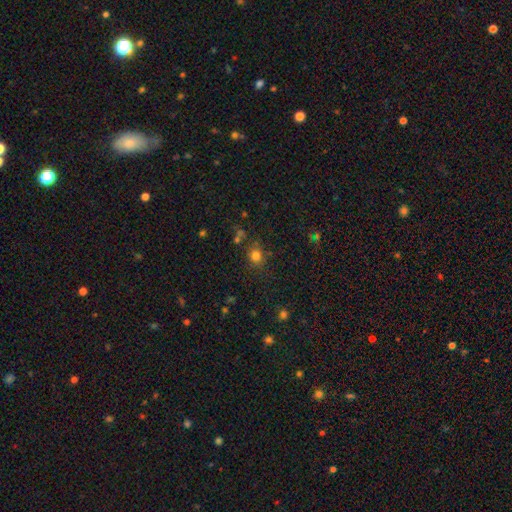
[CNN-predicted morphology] A smooth galaxy with no disk features (77%) that is round (75%).

Vote fractions:
- Smooth or featured? smooth: 77% / star or artifact: 17% / featured or disk: 6%
- How rounded? round: 75% / in between: 24% / cigar-shaped: 1%
- Merging? none: 75% / minor disturbance: 13% / merger: 6% / major disturbance: 5%